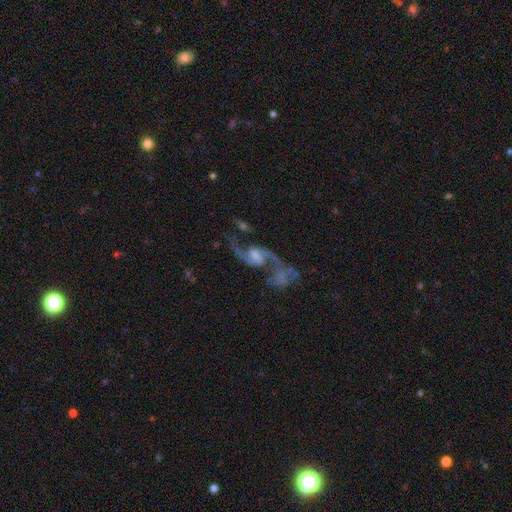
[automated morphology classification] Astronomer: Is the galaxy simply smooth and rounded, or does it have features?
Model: featured or disk — 89%.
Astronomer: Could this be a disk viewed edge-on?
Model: no — 97%.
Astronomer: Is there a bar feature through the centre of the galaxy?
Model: weak — 48% (runner-up: no, 36%).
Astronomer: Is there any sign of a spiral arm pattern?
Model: yes — 96%.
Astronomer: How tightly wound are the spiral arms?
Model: loose — 74%.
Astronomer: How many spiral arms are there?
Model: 2 — 92%.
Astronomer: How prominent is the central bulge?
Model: small — 41% (runner-up: moderate, 34%).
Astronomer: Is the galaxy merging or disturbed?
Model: none — 50%.